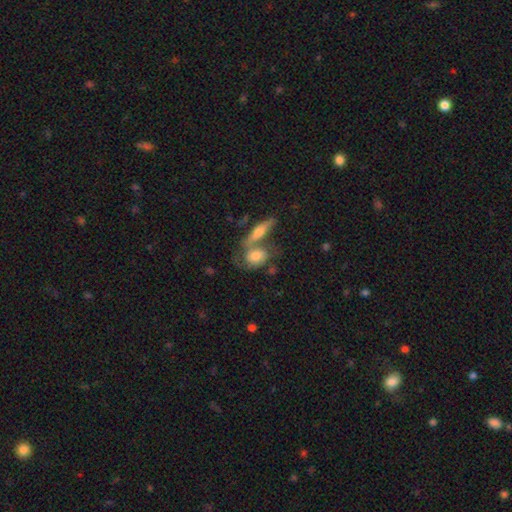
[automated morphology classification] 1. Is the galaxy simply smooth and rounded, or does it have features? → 48% featured or disk, 44% smooth, 8% star or artifact.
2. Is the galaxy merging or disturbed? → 51% merger, 29% none, 12% minor disturbance, 8% major disturbance.